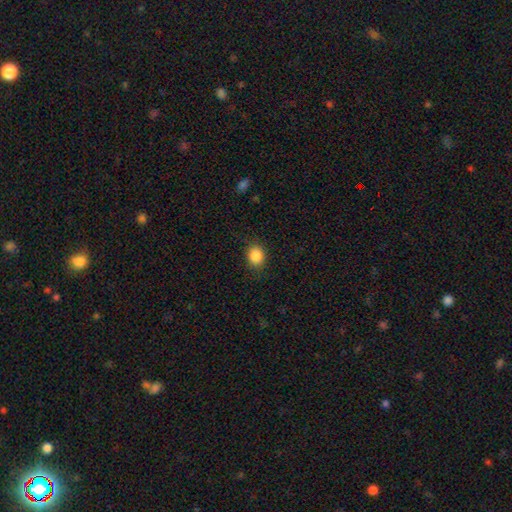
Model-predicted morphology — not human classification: A smooth galaxy with no disk features (87%) that is round (52%).

Vote fractions:
- Smooth or featured? smooth: 87% / star or artifact: 9% / featured or disk: 3%
- How rounded? round: 52% / in between: 47% / cigar-shaped: 1%
- Merging? none: 87% / minor disturbance: 9% / major disturbance: 3% / merger: 1%